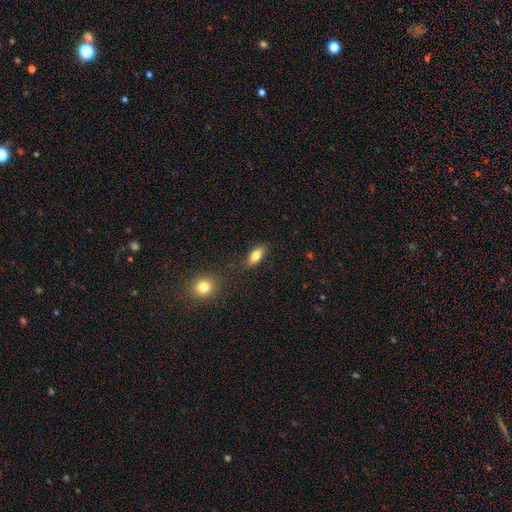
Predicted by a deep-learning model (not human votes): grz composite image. It shows a smooth galaxy with no disk features (80%) that is in between round and cigar-shaped (85%). Merging: none (83%).